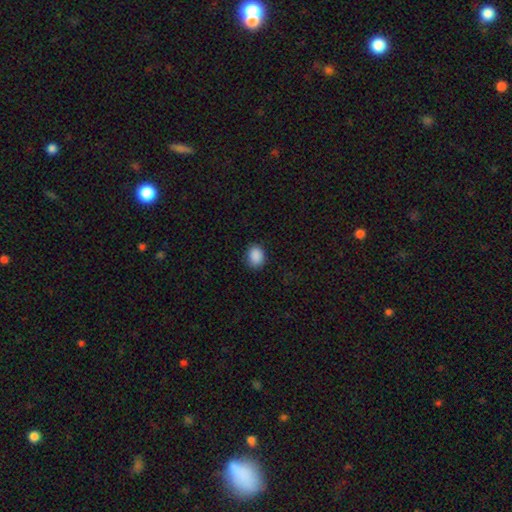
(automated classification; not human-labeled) Smooth or featured? Predicted: smooth (p=0.90). How rounded? Predicted: in between (p=0.55). Merging? Predicted: none (p=0.87).